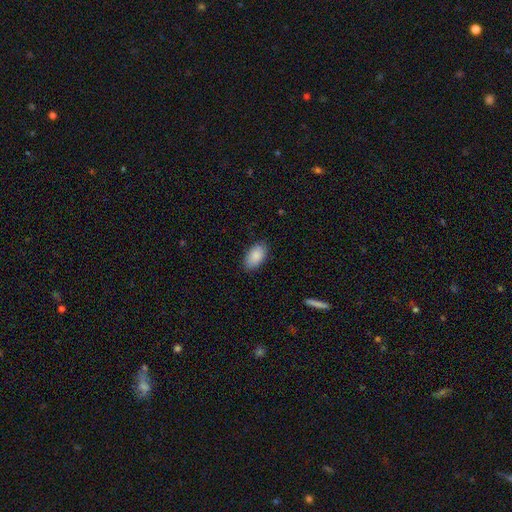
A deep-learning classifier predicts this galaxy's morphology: Q: Smooth or featured?
A: smooth (88%); runner-up: star or artifact (6%)
Q: How rounded?
A: in between (94%); runner-up: round (4%)
Q: Merging?
A: none (84%); runner-up: minor disturbance (12%)